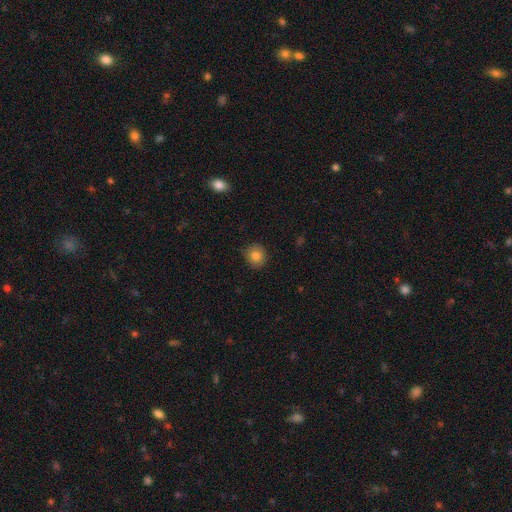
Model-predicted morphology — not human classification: smooth_or_featured: smooth (p=0.83) [alt: star or artifact p=0.10]
how_rounded: round (p=0.86) [alt: in between p=0.13]
merging: none (p=0.85) [alt: minor disturbance p=0.12]